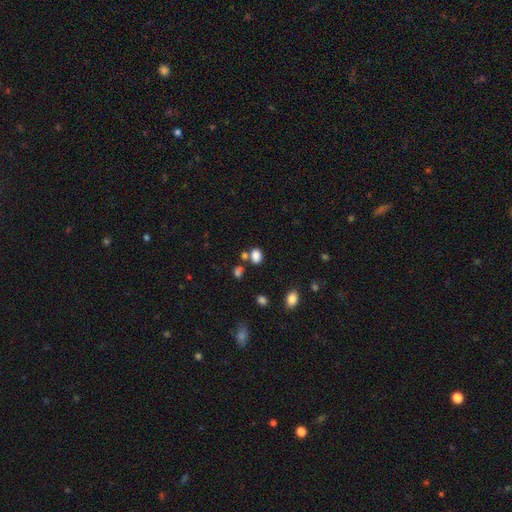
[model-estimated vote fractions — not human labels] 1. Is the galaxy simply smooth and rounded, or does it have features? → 83% smooth, 12% star or artifact, 5% featured or disk.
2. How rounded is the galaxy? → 69% in between, 30% round, 1% cigar-shaped.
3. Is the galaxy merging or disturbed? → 62% none, 19% merger, 13% minor disturbance, 5% major disturbance.